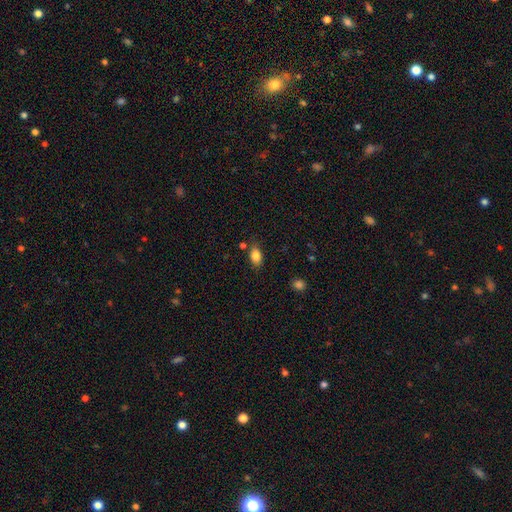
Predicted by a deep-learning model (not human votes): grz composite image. It shows a smooth galaxy with no disk features (84%) that is in between round and cigar-shaped (87%). Merging: none (77%).